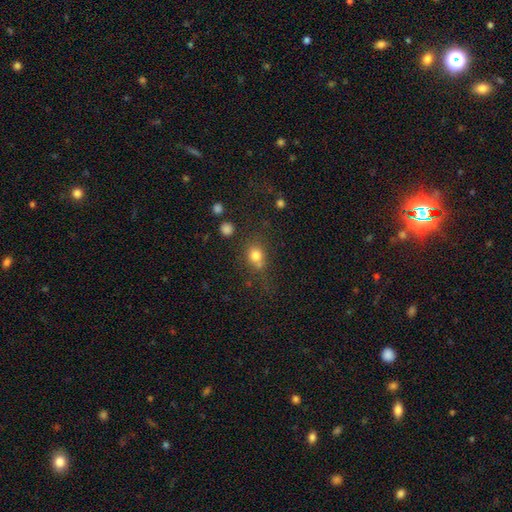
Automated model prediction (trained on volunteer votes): This is likely a smooth galaxy (77%). How rounded: likely round (69%). Merging: possibly none (52%).